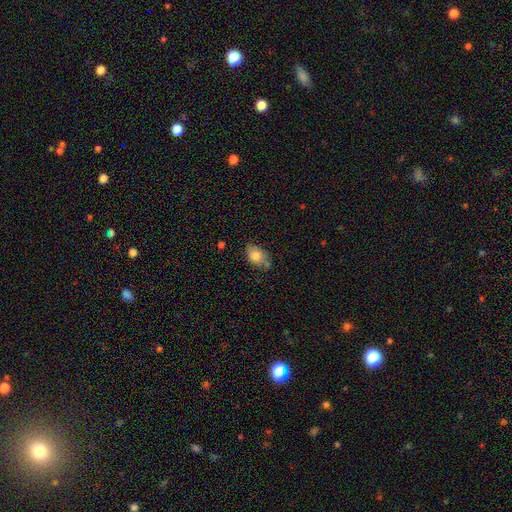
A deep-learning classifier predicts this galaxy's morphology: Smooth or featured? smooth (82%)
How rounded? in between (78%)
Merging? none (61%)